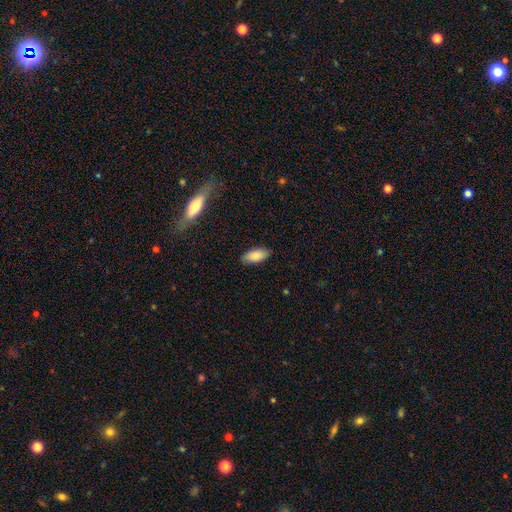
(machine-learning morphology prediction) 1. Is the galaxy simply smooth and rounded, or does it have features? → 85% smooth, 8% featured or disk, 7% star or artifact.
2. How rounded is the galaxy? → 89% in between, 9% cigar-shaped, 2% round.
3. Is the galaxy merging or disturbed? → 86% none, 11% minor disturbance, 2% major disturbance, 1% merger.